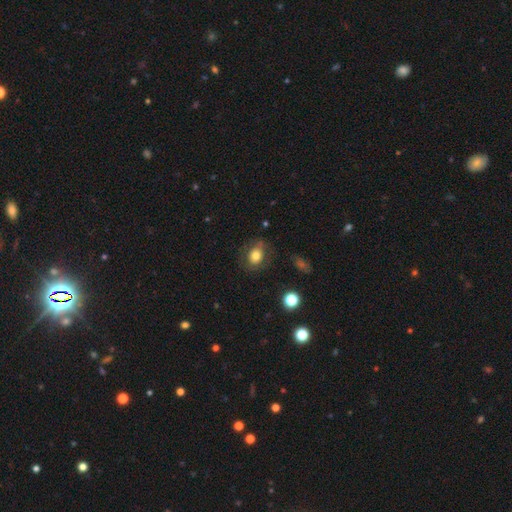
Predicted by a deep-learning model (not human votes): Smooth or featured? smooth (70%)
How rounded? in between (50%)
Merging? none (72%)